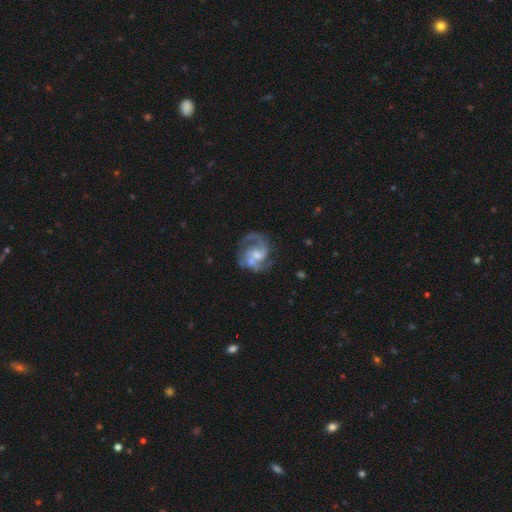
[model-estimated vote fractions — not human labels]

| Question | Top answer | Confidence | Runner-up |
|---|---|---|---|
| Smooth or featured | featured or disk | 82% | smooth (12%) |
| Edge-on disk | no | 98% | yes (2%) |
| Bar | no | 52% | weak (40%) |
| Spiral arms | yes | 91% | no (9%) |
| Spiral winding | medium | 51% | loose (27%) |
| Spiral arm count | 2 | 58% | can't tell (13%) |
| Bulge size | moderate | 45% | small (36%) |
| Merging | none | 52% | major disturbance (21%) |